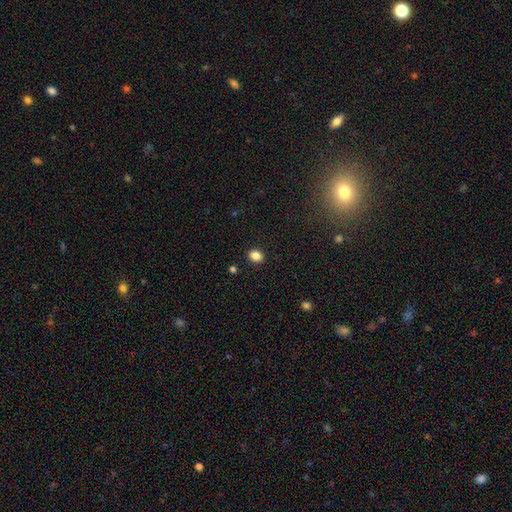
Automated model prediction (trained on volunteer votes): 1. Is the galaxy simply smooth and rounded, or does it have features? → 86% smooth, 11% star or artifact, 4% featured or disk.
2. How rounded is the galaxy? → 52% in between, 47% round, 1% cigar-shaped.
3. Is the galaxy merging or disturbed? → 90% none, 7% minor disturbance, 2% major disturbance, 1% merger.